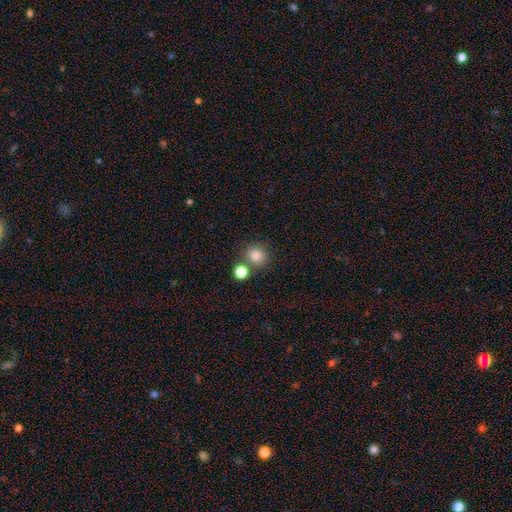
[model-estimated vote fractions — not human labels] Smooth or featured: smooth — 81% (star or artifact — 13%)
How rounded: round — 91% (in between — 8%)
Merging: none — 73% (merger — 17%)